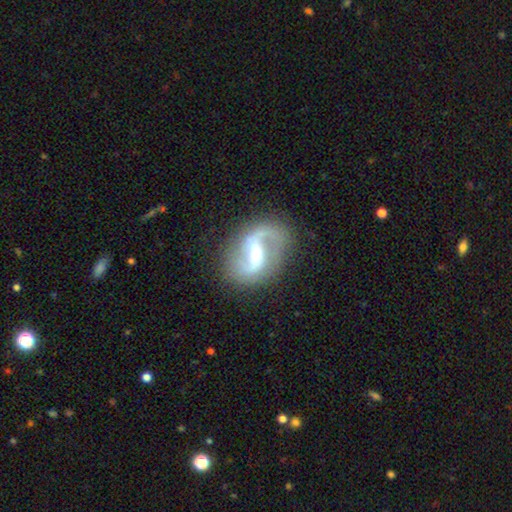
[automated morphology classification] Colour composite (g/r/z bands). It shows a featured or disk galaxy (84%) with a weak bar (45%), 2 (85%) loose (46%) spiral arms (92%) and a moderate central bulge (50%). Merging: none (73%).